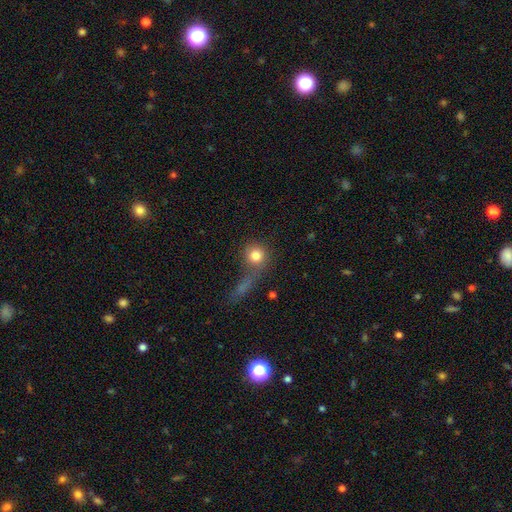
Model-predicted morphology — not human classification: A smooth galaxy with no disk features (81%) that is round (89%). Merging: none (56%).